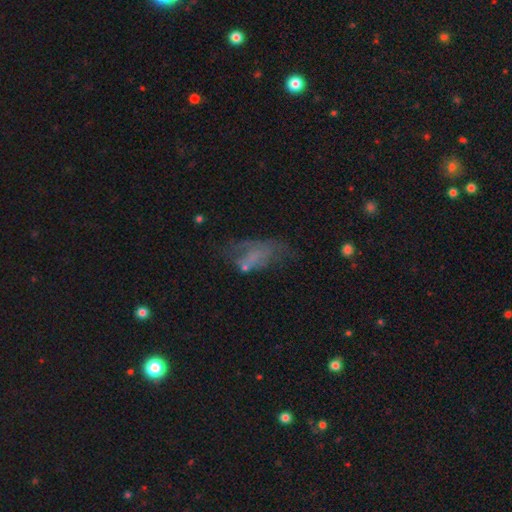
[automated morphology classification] This is marginally a featured or disk galaxy (42%, tied with smooth). Merging: marginally major disturbance (37%).